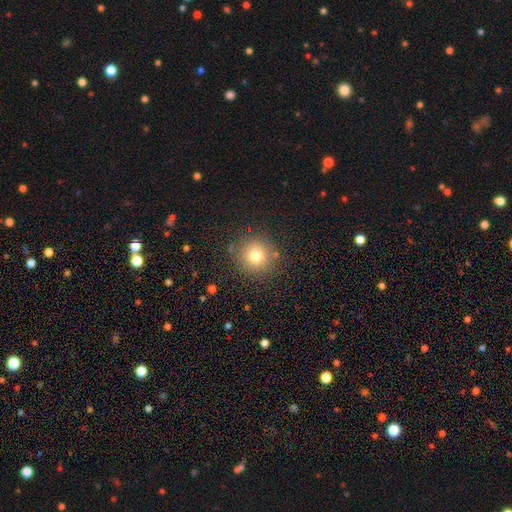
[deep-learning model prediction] Morphology: type=smooth (76%); roundness=round (94%); merging=none (86%).